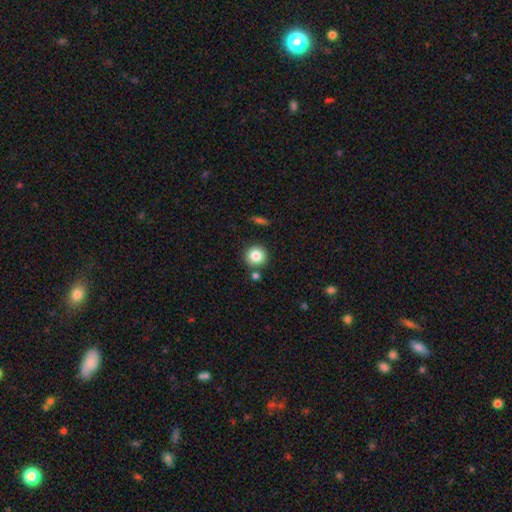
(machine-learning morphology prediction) This appears to be a smooth galaxy with no disk features (84%) that is round (93%). Merging: none (83%).